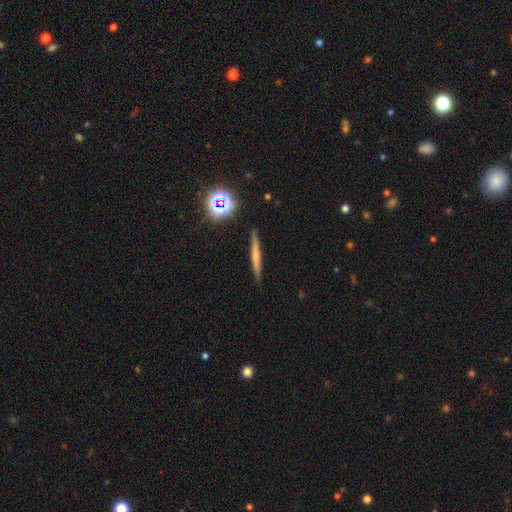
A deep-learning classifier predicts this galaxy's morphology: Overall: smooth (52%; featured or disk 37%). How rounded: cigar-shaped (94%). Merging: none (89%).